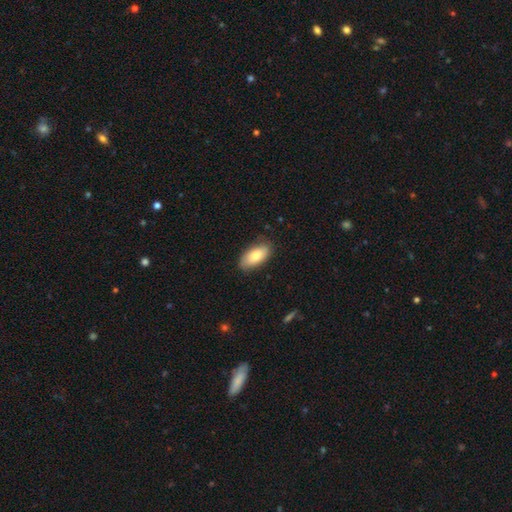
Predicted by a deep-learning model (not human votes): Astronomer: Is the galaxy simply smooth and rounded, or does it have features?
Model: smooth — 80%.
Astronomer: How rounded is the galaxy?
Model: in between — 92%.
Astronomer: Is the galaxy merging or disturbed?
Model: none — 82%.